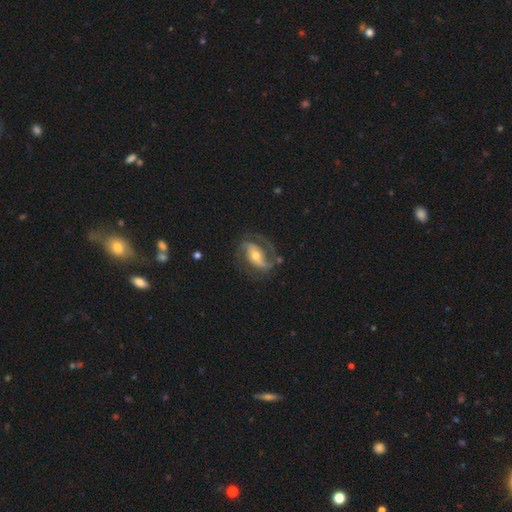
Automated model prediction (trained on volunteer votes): smooth_or_featured: featured or disk (p=0.83) [alt: smooth p=0.12]
disk_edge_on: no (p=0.96) [alt: yes p=0.04]
bar: strong (p=0.37) [alt: weak p=0.32]
has_spiral_arms: yes (p=0.92) [alt: no p=0.08]
spiral_winding: medium (p=0.48) [alt: tight p=0.27]
spiral_arm_count: 2 (p=0.75) [alt: 1 p=0.13]
bulge_size: moderate (p=0.64) [alt: small p=0.28]
merging: none (p=0.62) [alt: minor disturbance p=0.19]